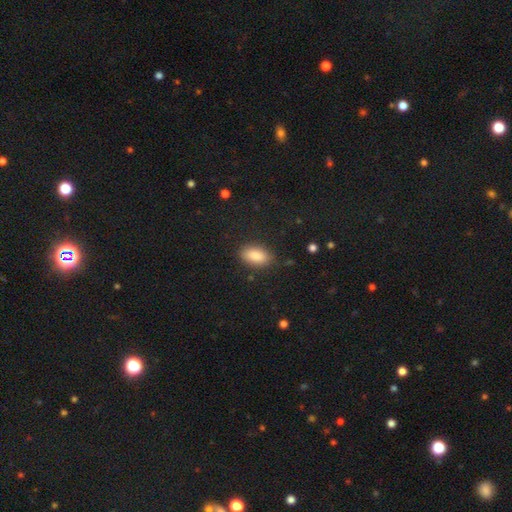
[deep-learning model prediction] smooth 86%, star or artifact 7%, featured or disk 6%. Down the decision tree: how rounded — in between (91%); merging — none (84%).